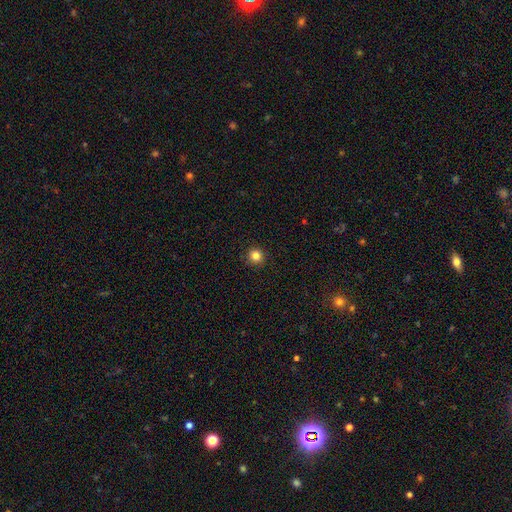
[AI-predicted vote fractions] smooth-or-featured: smooth: 83% | star or artifact: 12% | featured or disk: 4%
  how-rounded: round: 95% | in between: 5% | cigar-shaped: 1%
  merging: none: 92% | minor disturbance: 6% | major disturbance: 2% | merger: 1%